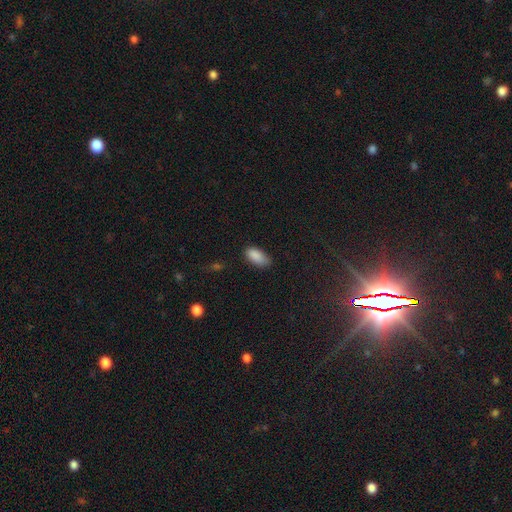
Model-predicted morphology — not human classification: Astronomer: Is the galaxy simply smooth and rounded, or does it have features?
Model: smooth — 88%.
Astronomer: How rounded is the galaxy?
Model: in between — 92%.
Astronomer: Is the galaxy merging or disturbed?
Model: none — 71%.